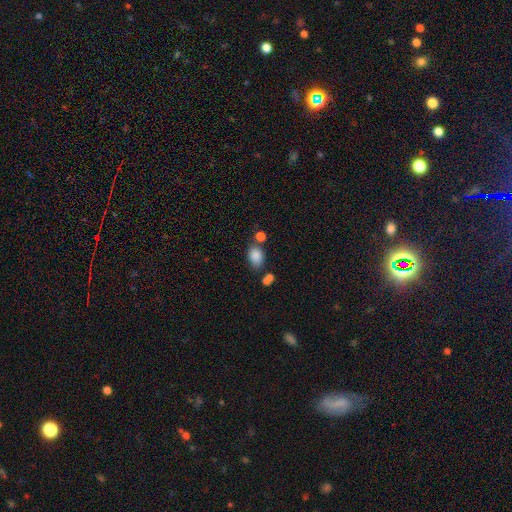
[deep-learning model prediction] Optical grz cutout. It shows a smooth galaxy with no disk features (85%) that is in between round and cigar-shaped (73%). Merging: none (62%).